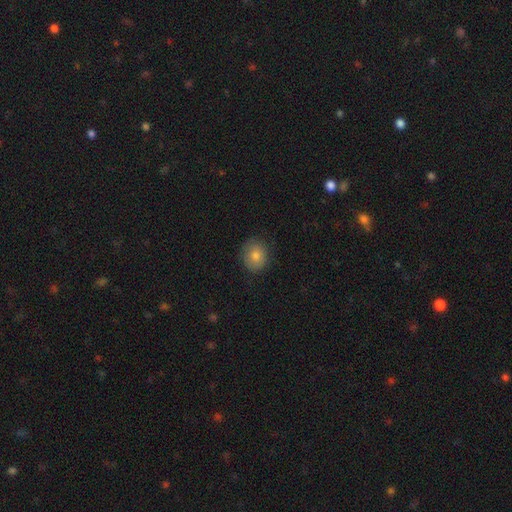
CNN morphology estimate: smooth 77%, featured or disk 13%, star or artifact 11%. Down the decision tree: how rounded — round (66%); merging — none (83%).